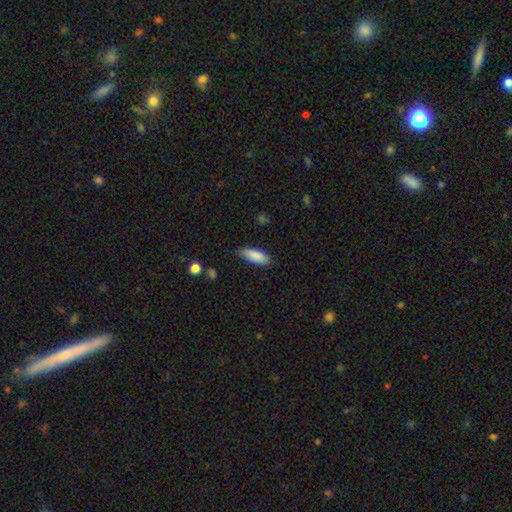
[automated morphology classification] A smooth galaxy with no disk features (87%) that is in between round and cigar-shaped (65%). Merging: none (82%).